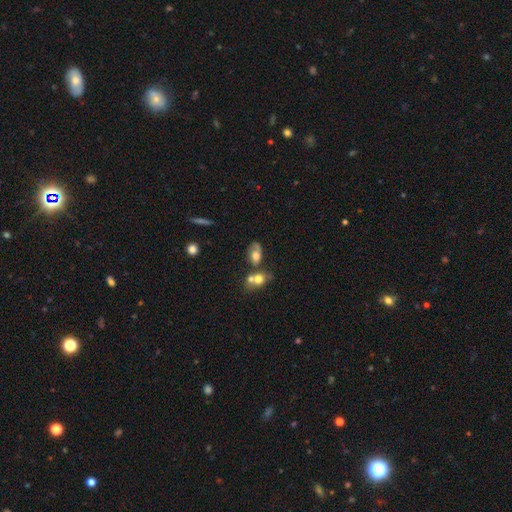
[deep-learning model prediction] Smooth or featured? smooth (60%)
How rounded? in between (76%)
Merging? merger (44%)